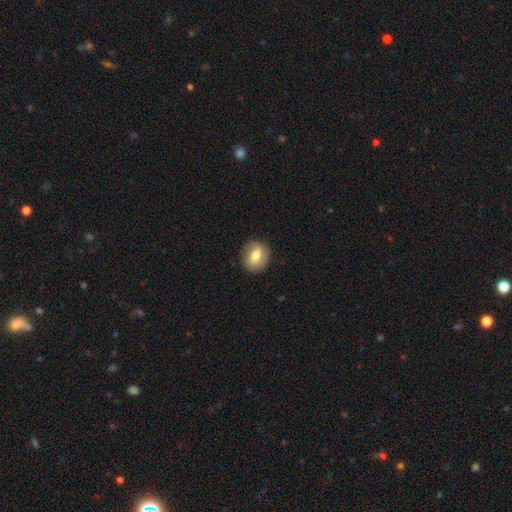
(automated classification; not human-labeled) Q: Smooth or featured?
A: smooth (59%); runner-up: featured or disk (34%)
Q: How rounded?
A: round (69%); runner-up: in between (30%)
Q: Merging?
A: none (86%); runner-up: minor disturbance (10%)